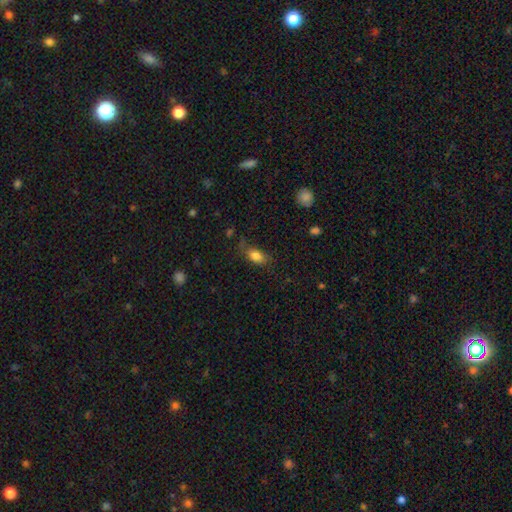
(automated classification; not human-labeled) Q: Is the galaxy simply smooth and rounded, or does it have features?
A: smooth — 82%.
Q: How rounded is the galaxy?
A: in between — 85%.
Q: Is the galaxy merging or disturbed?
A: none — 62%.